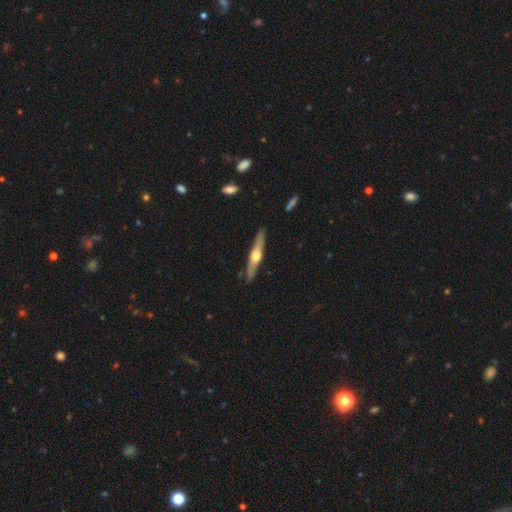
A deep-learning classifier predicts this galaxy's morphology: featured or disk 65%, smooth 30%, star or artifact 5%. Down the decision tree: edge-on disk — yes (95%); edge-on bulge — rounded (93%); merging — none (88%).